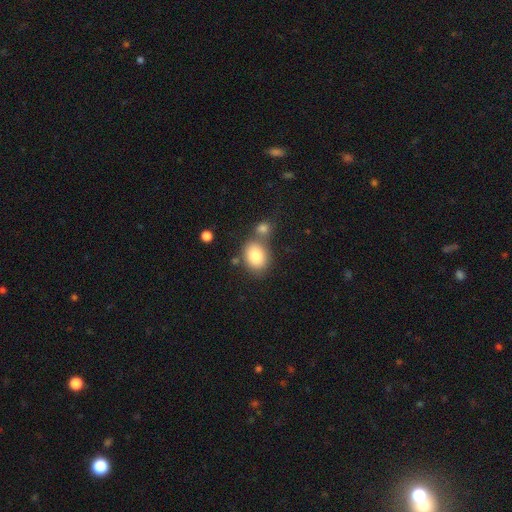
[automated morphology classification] smooth 83%, featured or disk 9%, star or artifact 8%. Down the decision tree: how rounded — in between (60%); merging — none (56%).